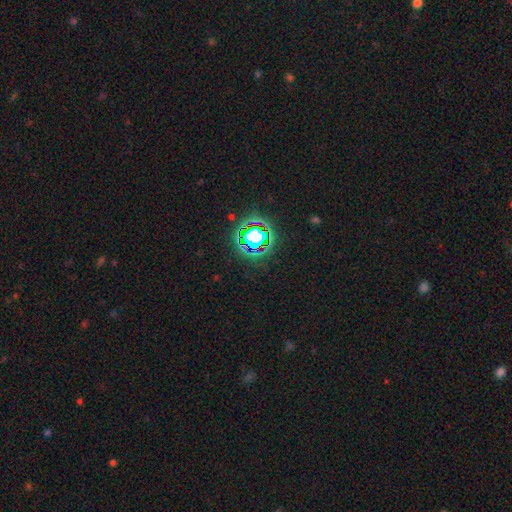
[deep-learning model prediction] The model was most divided on "smooth or featured": star or artifact: 81%, smooth: 12%, featured or disk: 7%.